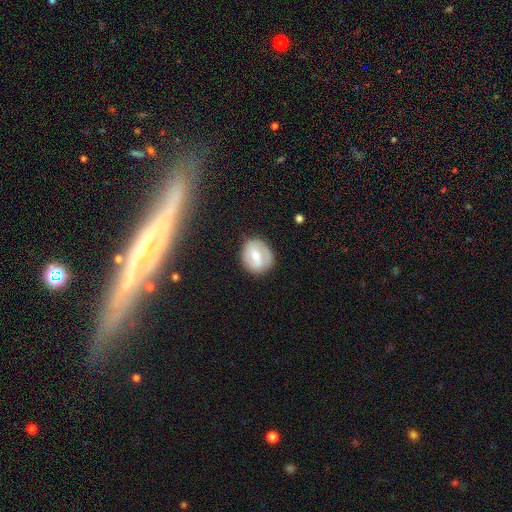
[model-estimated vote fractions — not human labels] Smooth or featured?
  - featured or disk: 49% *
  - smooth: 44%
  - star or artifact: 7%
Merging?
  - none: 83% *
  - minor disturbance: 12%
  - major disturbance: 4%
  - merger: 1%